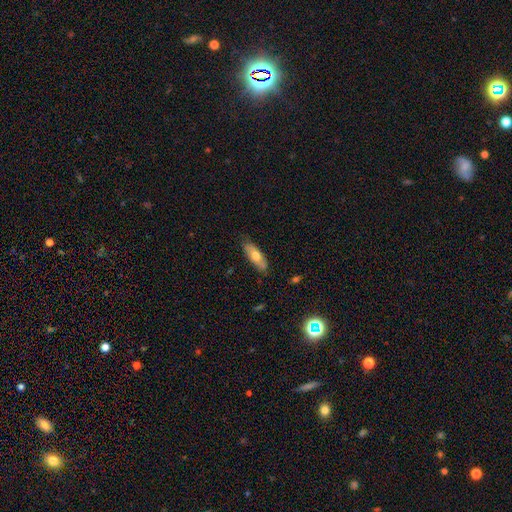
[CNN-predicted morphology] This appears to be a smooth galaxy with no disk features (64%) that is in between round and cigar-shaped (57%). Merging: none (82%).